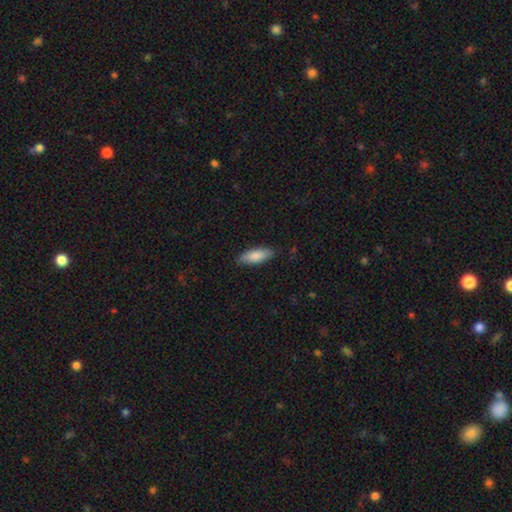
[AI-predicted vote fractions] Smooth or featured? smooth (84%)
How rounded? in between (69%)
Merging? none (85%)